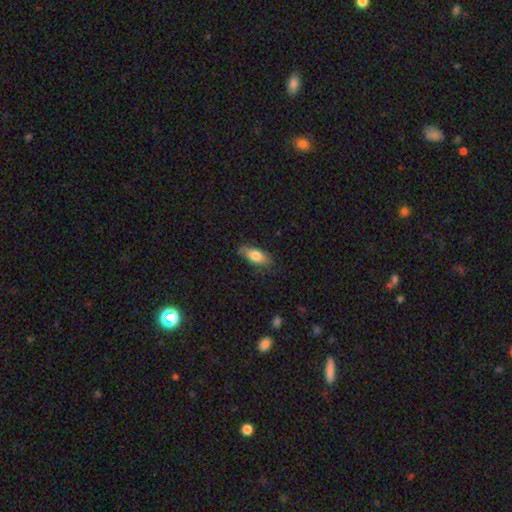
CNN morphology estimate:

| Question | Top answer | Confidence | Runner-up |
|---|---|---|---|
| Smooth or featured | smooth | 73% | featured or disk (21%) |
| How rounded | in between | 81% | cigar-shaped (15%) |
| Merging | none | 74% | minor disturbance (20%) |